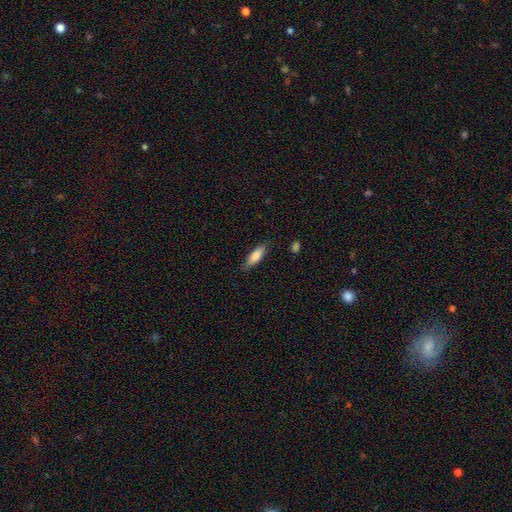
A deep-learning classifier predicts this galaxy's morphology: The model was most divided on "how rounded" (2-way tie): in between: 49%, cigar-shaped: 49%, round: 2%. More confident: smooth or featured — smooth (80%); merging — none (80%).